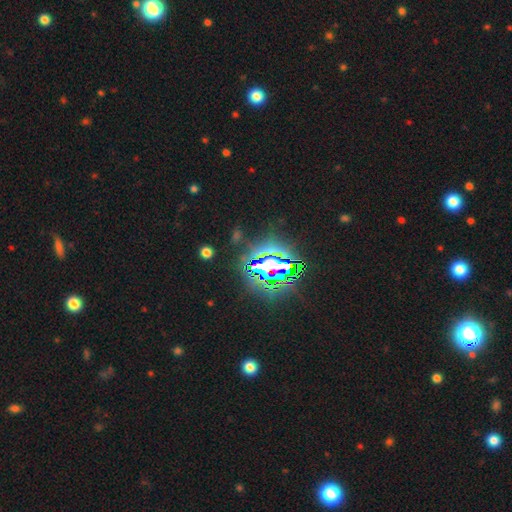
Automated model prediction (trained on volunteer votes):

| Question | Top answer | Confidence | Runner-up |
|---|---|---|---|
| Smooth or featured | star or artifact | 83% | smooth (10%) |